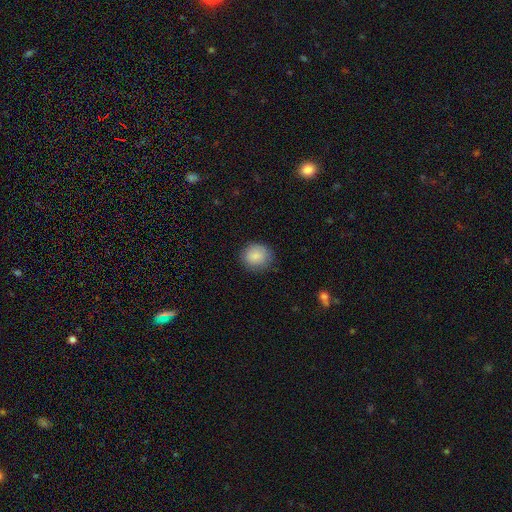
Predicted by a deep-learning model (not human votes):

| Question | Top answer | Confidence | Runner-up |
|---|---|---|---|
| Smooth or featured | smooth | 87% | star or artifact (8%) |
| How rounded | round | 80% | in between (19%) |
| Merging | none | 83% | minor disturbance (13%) |